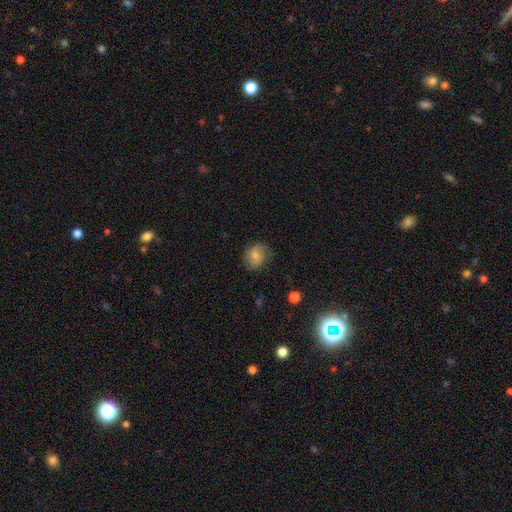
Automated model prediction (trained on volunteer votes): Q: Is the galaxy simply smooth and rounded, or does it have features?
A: smooth — 77%.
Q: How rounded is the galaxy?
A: round — 60%.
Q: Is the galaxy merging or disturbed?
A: none — 75%.